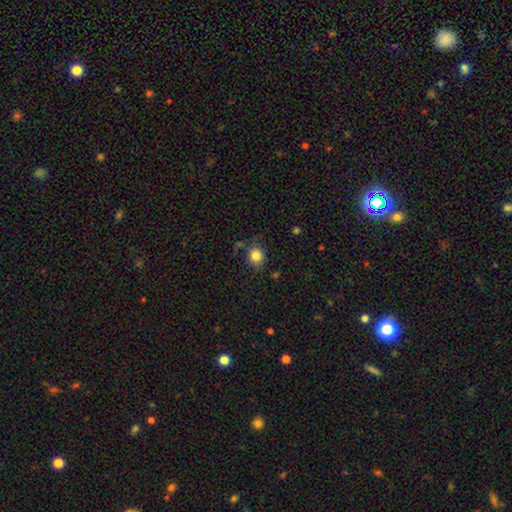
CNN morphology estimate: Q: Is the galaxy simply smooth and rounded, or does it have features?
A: smooth — 84%.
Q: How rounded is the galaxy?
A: round — 73%.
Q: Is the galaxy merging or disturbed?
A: none — 76%.